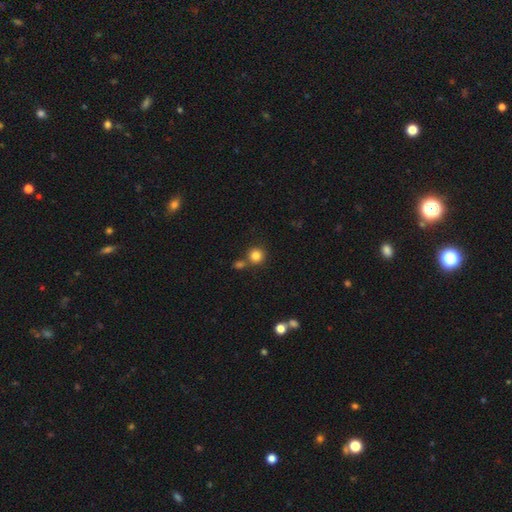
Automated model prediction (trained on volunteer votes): smooth_or_featured: smooth (p=0.83) [alt: star or artifact p=0.11]
how_rounded: round (p=0.93) [alt: in between p=0.06]
merging: none (p=0.70) [alt: merger p=0.19]